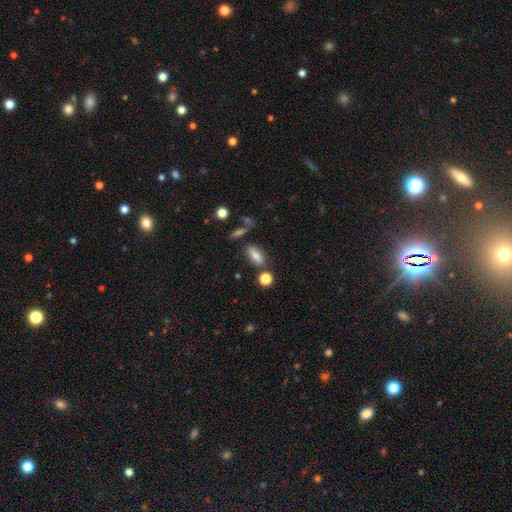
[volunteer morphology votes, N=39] A smooth galaxy with no disk features (85%) that is in between round and cigar-shaped (88%).

Vote fractions:
- Smooth or featured? smooth: 85% / featured or disk: 8% / star or artifact: 8%
- How rounded? in between: 88% / round: 9% / cigar-shaped: 3%
- Merging? none: 94% / minor disturbance: 3% / merger: 3% / major disturbance: 0%